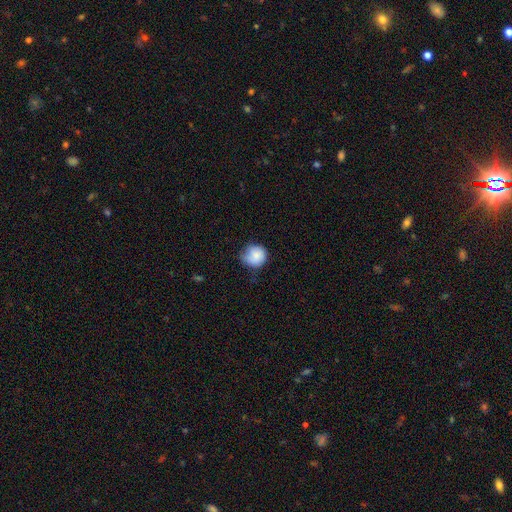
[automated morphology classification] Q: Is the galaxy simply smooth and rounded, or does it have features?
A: smooth — 82%.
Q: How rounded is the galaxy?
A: round — 89%.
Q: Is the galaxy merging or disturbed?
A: none — 59%.